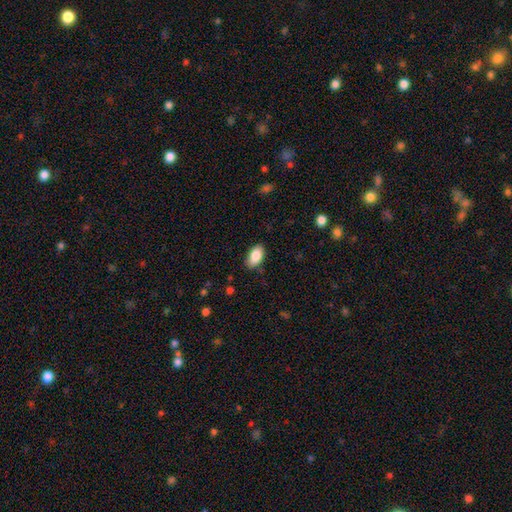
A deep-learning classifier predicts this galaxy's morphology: Smooth or featured?
  - smooth: 86% *
  - star or artifact: 7%
  - featured or disk: 7%
How rounded?
  - in between: 94% *
  - round: 4%
  - cigar-shaped: 2%
Merging?
  - none: 83% *
  - minor disturbance: 13%
  - major disturbance: 3%
  - merger: 1%